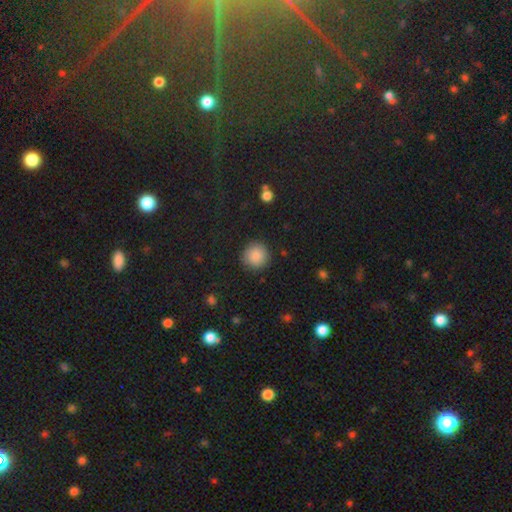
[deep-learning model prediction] A smooth galaxy with no disk features (86%) that is round (93%). Merging: none (89%).